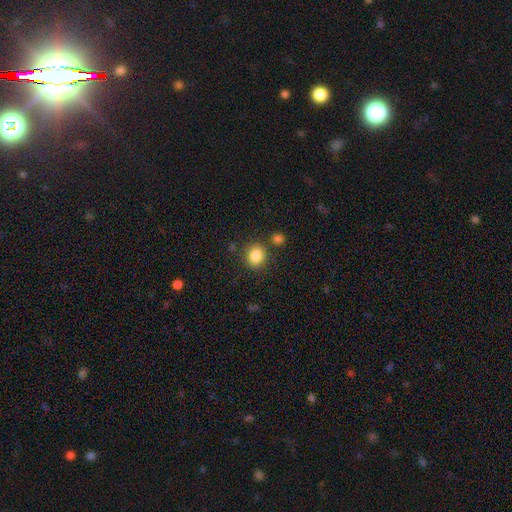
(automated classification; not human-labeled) A smooth galaxy with no disk features (85%) that is round (77%).

Vote fractions:
- Smooth or featured? smooth: 85% / star or artifact: 10% / featured or disk: 5%
- How rounded? round: 77% / in between: 22% / cigar-shaped: 1%
- Merging? none: 81% / minor disturbance: 9% / merger: 7% / major disturbance: 3%